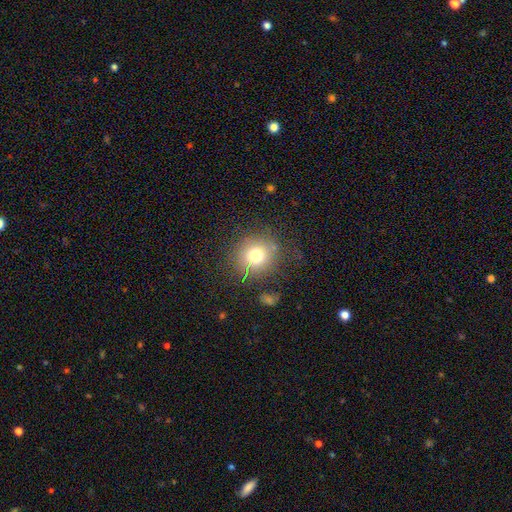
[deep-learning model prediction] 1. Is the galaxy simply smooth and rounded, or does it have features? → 73% smooth, 15% star or artifact, 12% featured or disk.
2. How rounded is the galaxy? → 87% round, 12% in between, 1% cigar-shaped.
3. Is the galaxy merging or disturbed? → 77% none, 13% minor disturbance, 6% major disturbance, 3% merger.